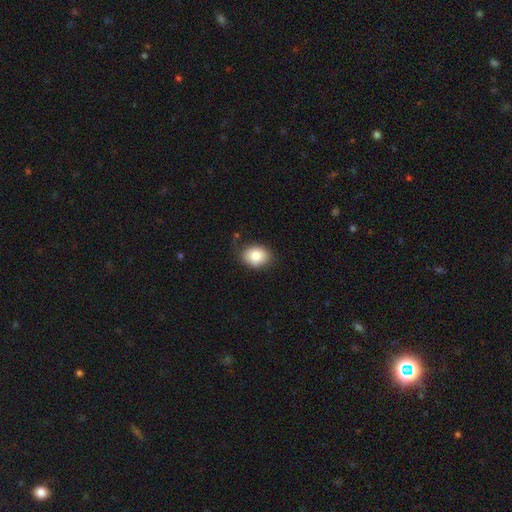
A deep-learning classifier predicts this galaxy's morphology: A smooth galaxy with no disk features (83%) that is in between round and cigar-shaped (54%).

Vote fractions:
- Smooth or featured? smooth: 83% / featured or disk: 9% / star or artifact: 8%
- How rounded? in between: 54% / round: 45% / cigar-shaped: 1%
- Merging? none: 76% / minor disturbance: 18% / major disturbance: 4% / merger: 2%